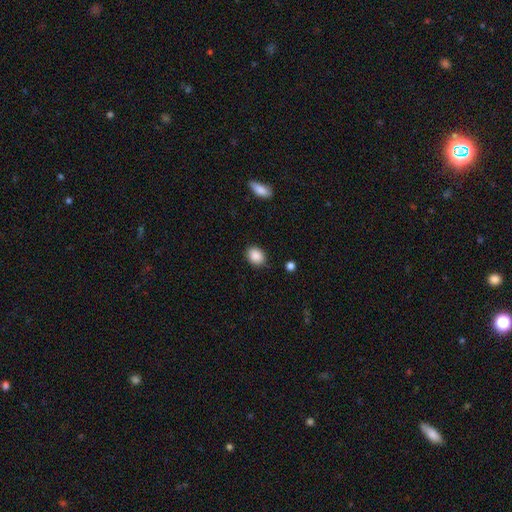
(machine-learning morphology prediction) Smooth or featured?
  - smooth: 88% *
  - star or artifact: 8%
  - featured or disk: 4%
How rounded?
  - in between: 50% *
  - round: 49%
  - cigar-shaped: 1%
Merging?
  - none: 82% *
  - minor disturbance: 14%
  - major disturbance: 3%
  - merger: 2%